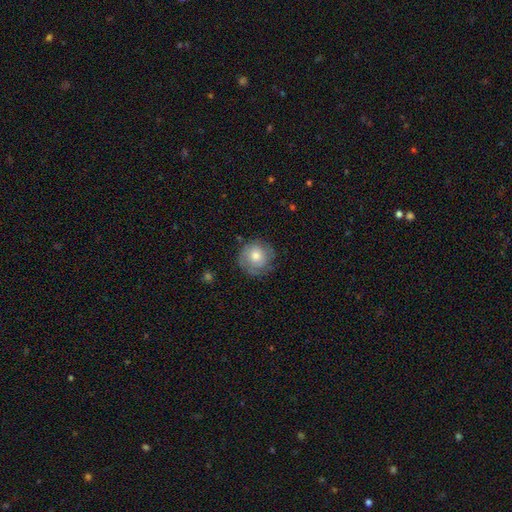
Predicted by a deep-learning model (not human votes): Smooth or featured: smooth — 59% (featured or disk — 33%)
How rounded: round — 92% (in between — 7%)
Merging: none — 74% (minor disturbance — 18%)